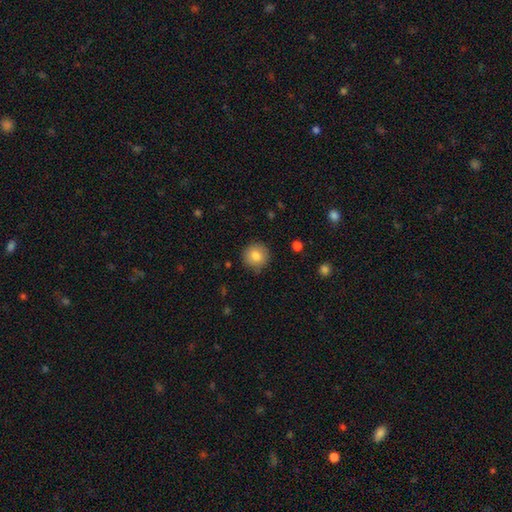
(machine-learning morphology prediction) This appears to be a smooth galaxy with no disk features (83%) that is round (93%). Merging: none (87%).